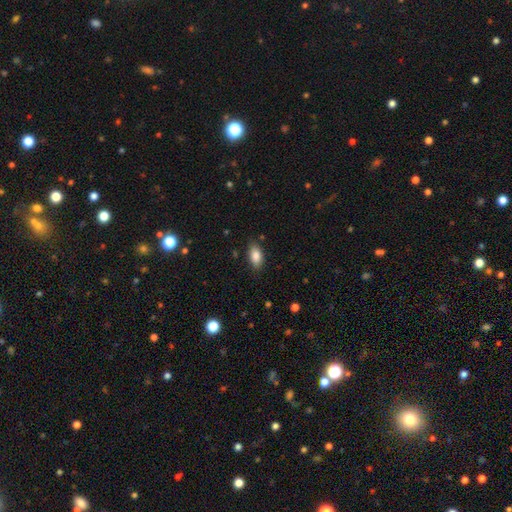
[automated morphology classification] type=smooth (87%); roundness=in between (91%); merging=none (83%).